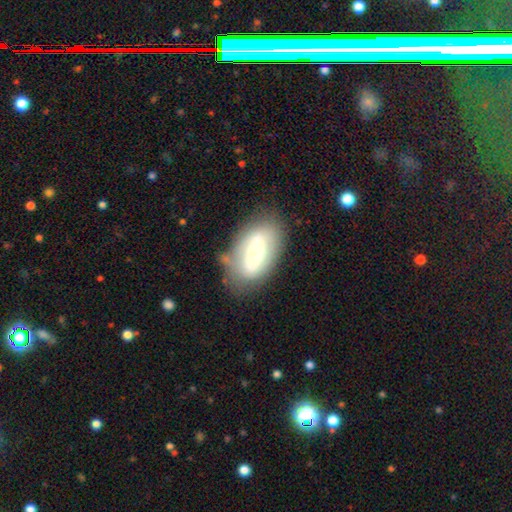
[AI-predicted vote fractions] A featured or disk galaxy (51%).

Vote fractions:
- Smooth or featured? featured or disk: 51% / smooth: 41% / star or artifact: 8%
- Edge-on disk? no: 88% / yes: 12%
- Merging? none: 72% / minor disturbance: 18% / major disturbance: 6% / merger: 4%